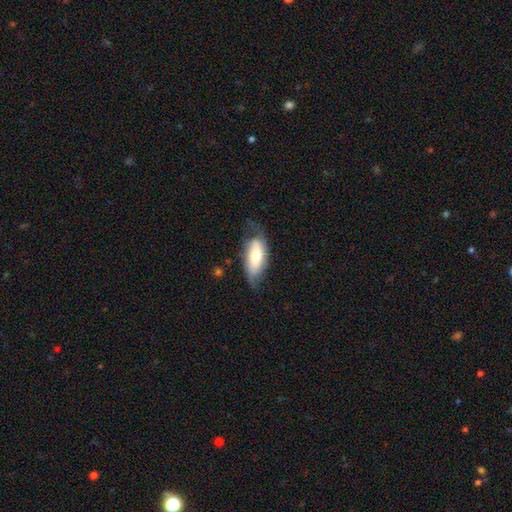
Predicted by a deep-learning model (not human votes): Q: Smooth or featured?
A: smooth (60%); runner-up: featured or disk (33%)
Q: How rounded?
A: in between (84%); runner-up: cigar-shaped (13%)
Q: Merging?
A: none (53%); runner-up: minor disturbance (32%)